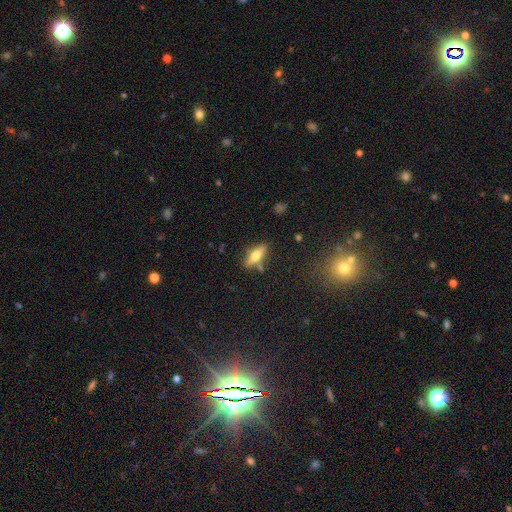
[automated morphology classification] Smooth or featured?
  - featured or disk: 47% *
  - smooth: 45%
  - star or artifact: 8%
Merging?
  - none: 77% *
  - minor disturbance: 13%
  - merger: 6%
  - major disturbance: 4%